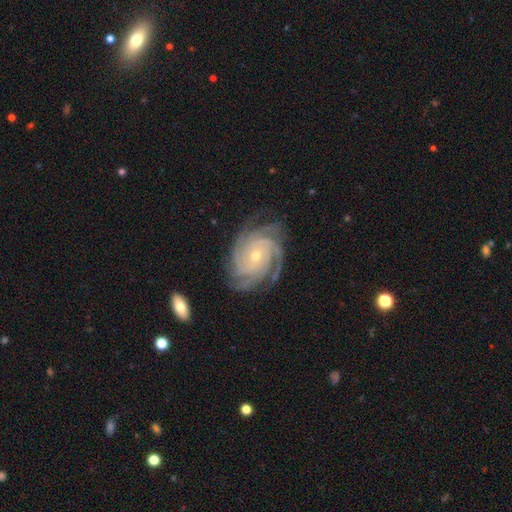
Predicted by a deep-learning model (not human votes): This is clearly a featured or disk galaxy (92%). It is clearly not viewed edge-on (97%). Bar: likely no (71%). Spiral arm pattern: clearly yes (99%). Spiral arm count: marginally 4 (40%). Spiral winding: likely tight (75%). Central bulge: likely small (61%). Merging: likely none (77%).